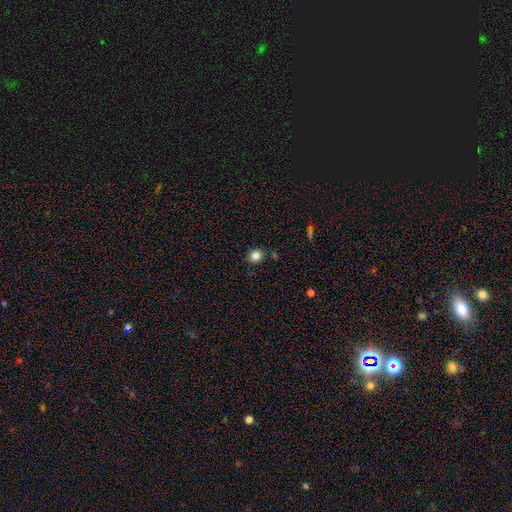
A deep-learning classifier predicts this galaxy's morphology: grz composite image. It shows a smooth galaxy with no disk features (82%) that is round (83%). Merging: none (86%).